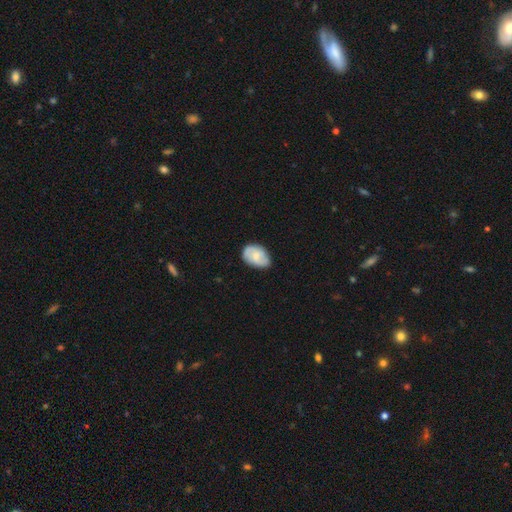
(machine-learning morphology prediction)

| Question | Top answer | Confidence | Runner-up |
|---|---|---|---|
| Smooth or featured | smooth | 59% | featured or disk (34%) |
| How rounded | in between | 81% | round (18%) |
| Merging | none | 74% | minor disturbance (21%) |